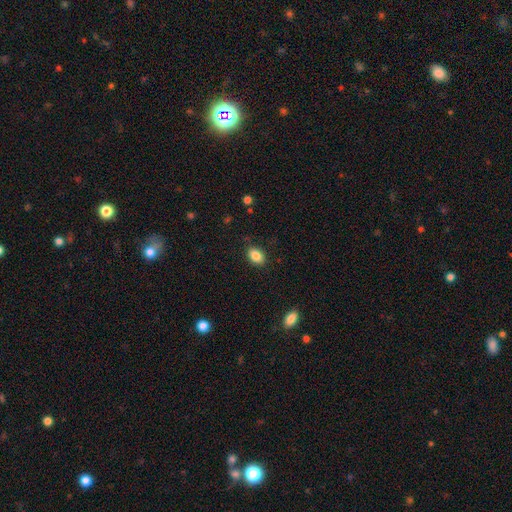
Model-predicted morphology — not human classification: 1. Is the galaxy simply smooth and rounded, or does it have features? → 86% smooth, 8% star or artifact, 6% featured or disk.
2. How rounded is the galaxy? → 85% in between, 14% round, 1% cigar-shaped.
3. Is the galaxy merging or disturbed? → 85% none, 11% minor disturbance, 3% major disturbance, 1% merger.